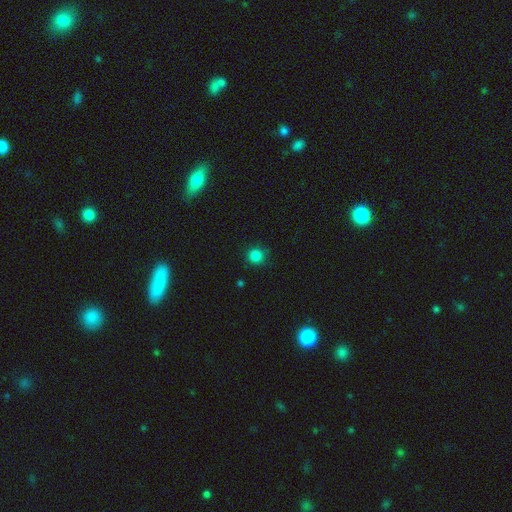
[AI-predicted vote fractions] This is clearly a smooth galaxy (84%). How rounded: clearly round (94%). Merging: clearly none (88%).